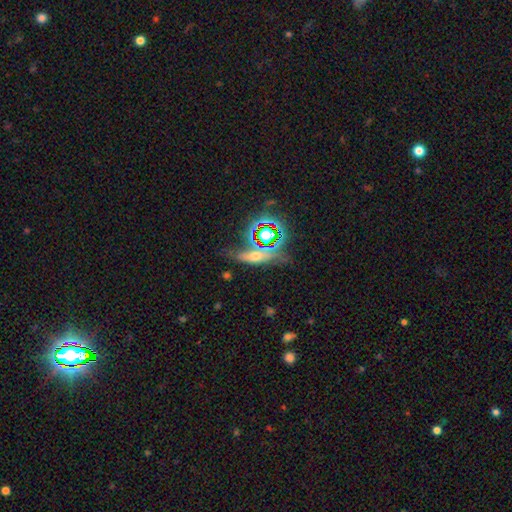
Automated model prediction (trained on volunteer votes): Smooth or featured? Predicted: smooth (p=0.39). Merging? Predicted: none (p=0.64).